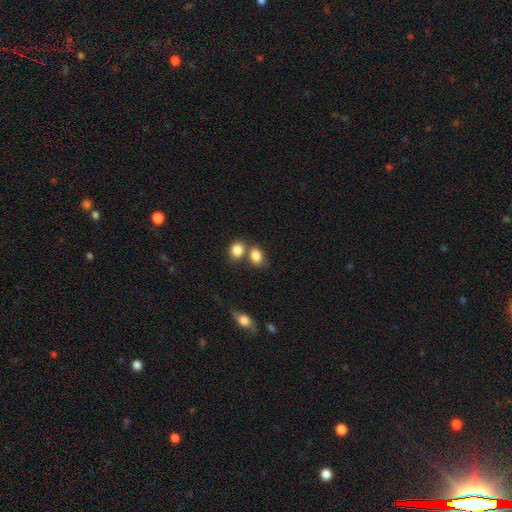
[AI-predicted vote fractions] Smooth or featured? smooth (83%)
How rounded? in between (57%)
Merging? none (45%)